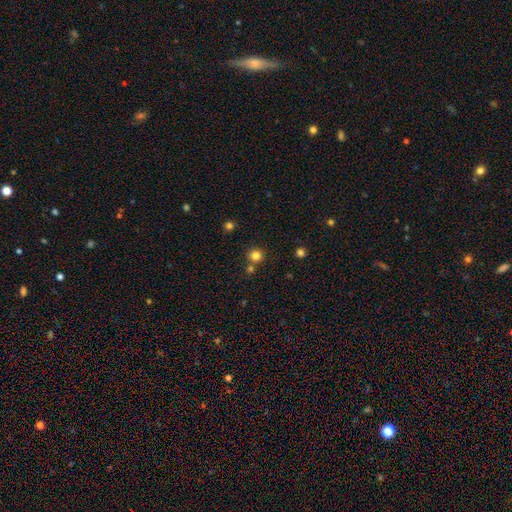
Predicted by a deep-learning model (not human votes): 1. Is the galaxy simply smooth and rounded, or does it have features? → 81% smooth, 14% star or artifact, 5% featured or disk.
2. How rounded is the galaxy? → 92% round, 7% in between, 1% cigar-shaped.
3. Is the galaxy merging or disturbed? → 76% none, 15% merger, 7% minor disturbance, 2% major disturbance.